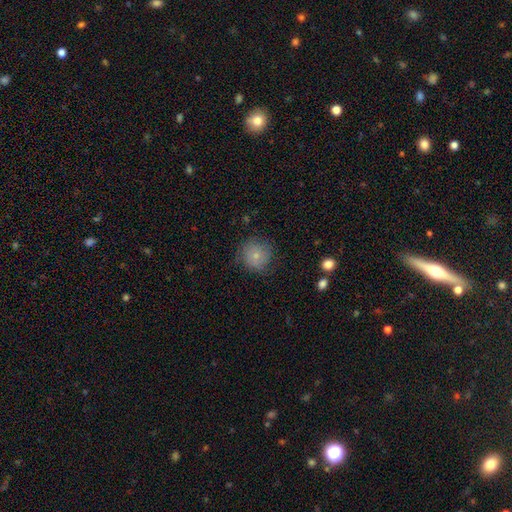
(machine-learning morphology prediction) Overall: smooth (77%). How rounded: round (91%). Merging: none (76%).